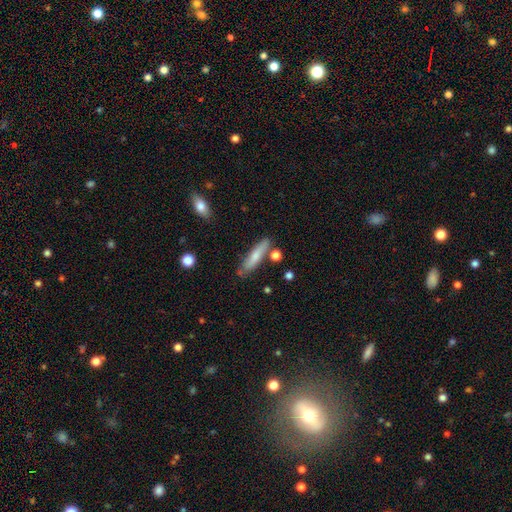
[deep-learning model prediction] Morphology: type=smooth (66%); roundness=cigar-shaped (80%); merging=none (74%).